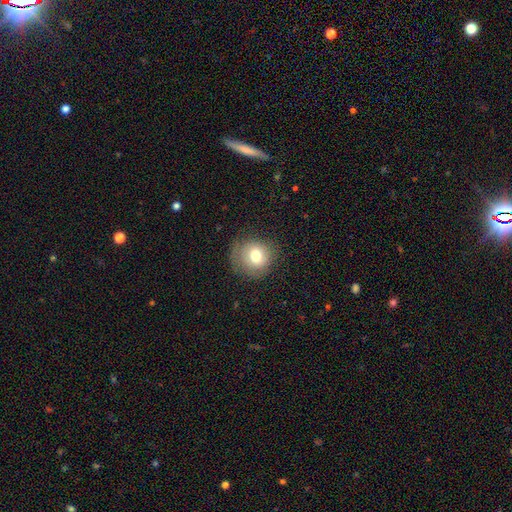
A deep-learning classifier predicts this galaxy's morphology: type=smooth (73%); roundness=round (85%); merging=none (73%).